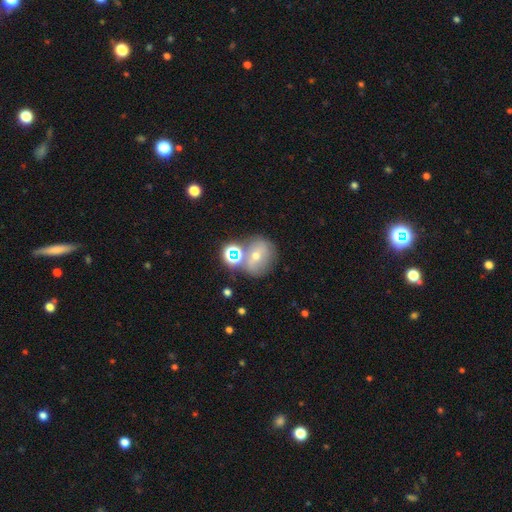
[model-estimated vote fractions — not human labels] Smooth or featured: featured or disk — 39% (smooth — 37%)
Merging: none — 58% (merger — 22%)